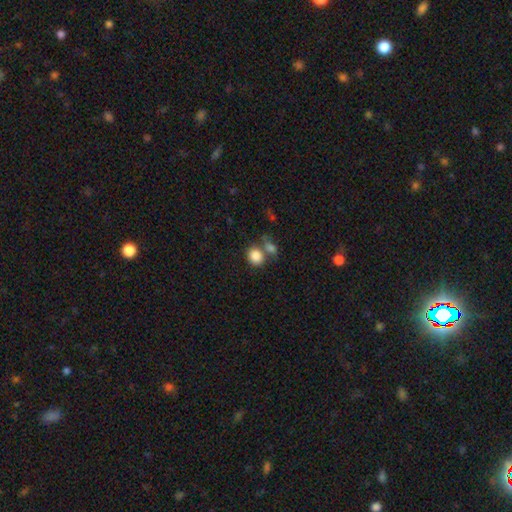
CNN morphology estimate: Smooth or featured: smooth — 86% (star or artifact — 9%)
How rounded: round — 61% (in between — 38%)
Merging: none — 50% (merger — 33%)